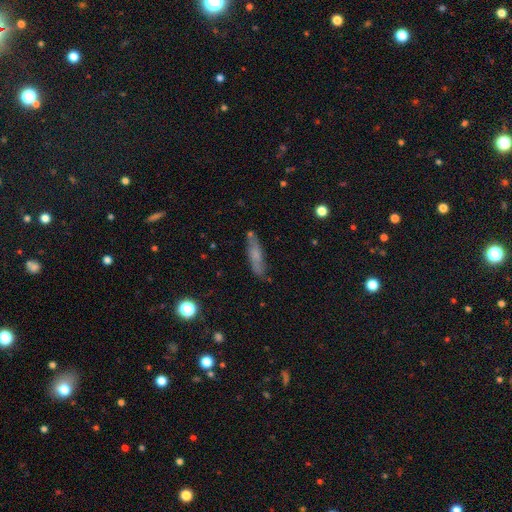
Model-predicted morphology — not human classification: type=smooth (55%); roundness=cigar-shaped (75%); merging=none (73%).